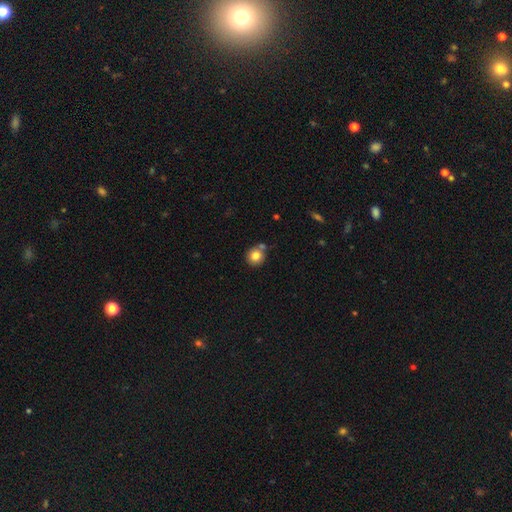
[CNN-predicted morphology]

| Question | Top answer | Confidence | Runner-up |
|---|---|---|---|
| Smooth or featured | smooth | 81% | star or artifact (10%) |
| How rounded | round | 90% | in between (9%) |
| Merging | none | 68% | merger (16%) |